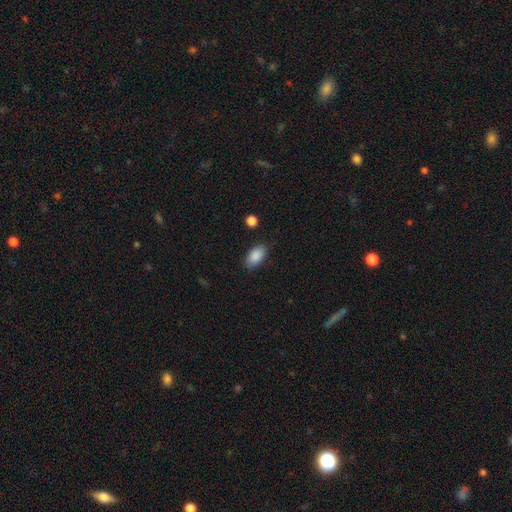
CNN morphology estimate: smooth_or_featured: smooth (p=0.89) [alt: star or artifact p=0.07]
how_rounded: in between (p=0.93) [alt: round p=0.04]
merging: none (p=0.85) [alt: minor disturbance p=0.11]